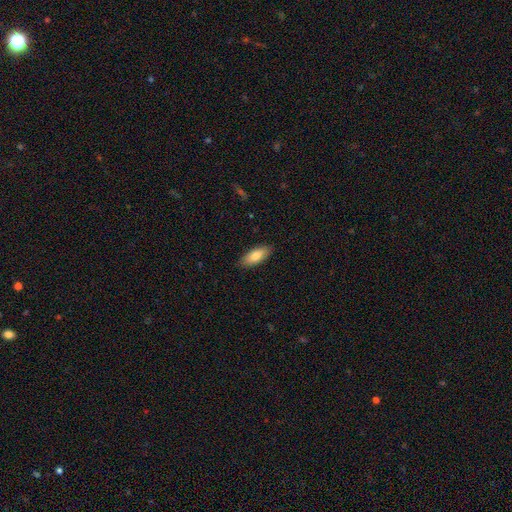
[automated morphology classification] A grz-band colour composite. It shows a smooth galaxy with no disk features (79%) that is in between round and cigar-shaped (82%). Merging: none (88%).